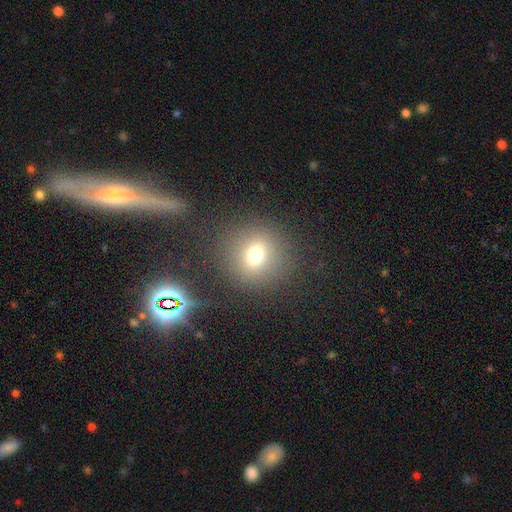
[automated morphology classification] A smooth galaxy with no disk features (69%) that is round (87%). Merging: none (83%).